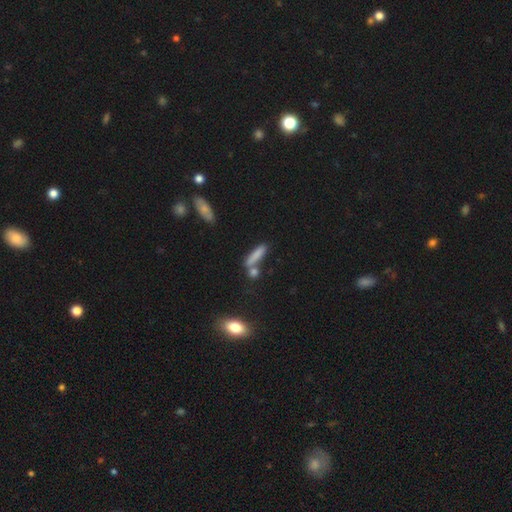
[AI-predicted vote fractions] Q: Smooth or featured?
A: smooth (76%); runner-up: featured or disk (14%)
Q: How rounded?
A: cigar-shaped (77%); runner-up: in between (19%)
Q: Merging?
A: none (61%); runner-up: merger (22%)